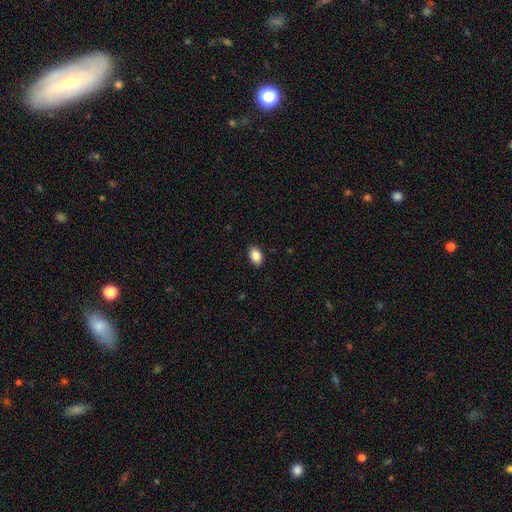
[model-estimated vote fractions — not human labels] The model was most divided on "smooth or featured": smooth: 86%, star or artifact: 8%, featured or disk: 6%. More confident: how rounded — in between (90%); merging — none (89%).